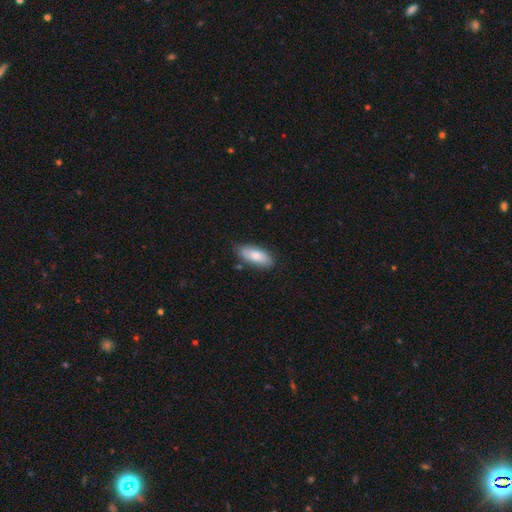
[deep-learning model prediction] Q: Smooth or featured?
A: smooth (77%); runner-up: featured or disk (17%)
Q: How rounded?
A: in between (83%); runner-up: cigar-shaped (15%)
Q: Merging?
A: none (81%); runner-up: minor disturbance (14%)